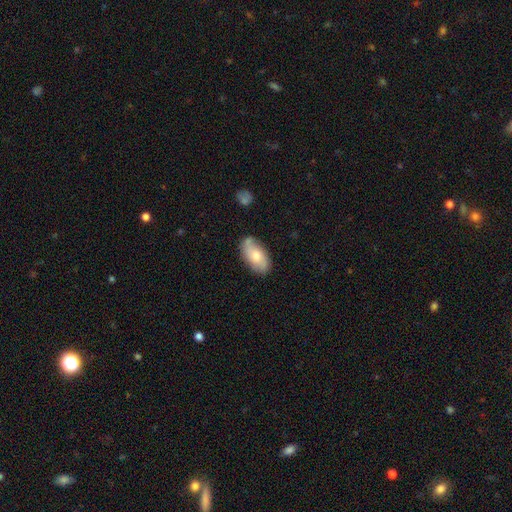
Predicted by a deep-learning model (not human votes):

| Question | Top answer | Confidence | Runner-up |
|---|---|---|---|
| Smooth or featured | smooth | 65% | featured or disk (29%) |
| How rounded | in between | 93% | round (4%) |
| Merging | none | 72% | minor disturbance (19%) |